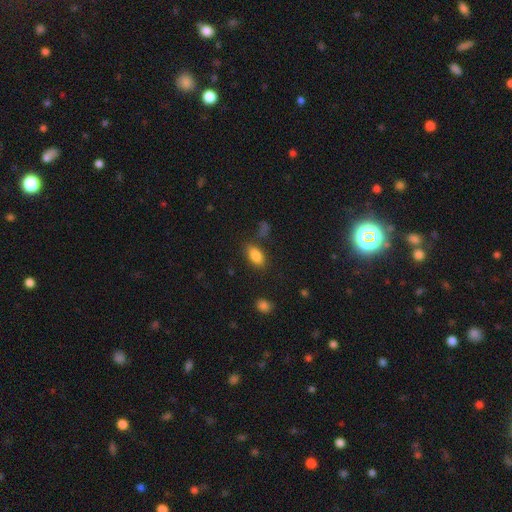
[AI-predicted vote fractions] This is clearly a smooth galaxy (85%). How rounded: clearly in between (90%). Merging: likely none (76%).